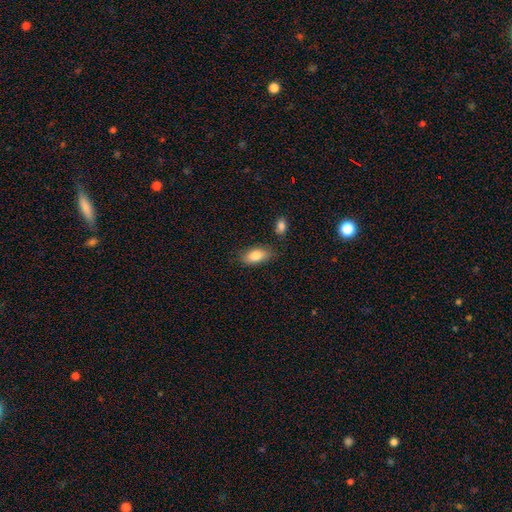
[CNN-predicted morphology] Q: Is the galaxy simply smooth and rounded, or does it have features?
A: smooth — 83%.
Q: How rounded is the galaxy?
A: in between — 89%.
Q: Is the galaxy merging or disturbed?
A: none — 78%.